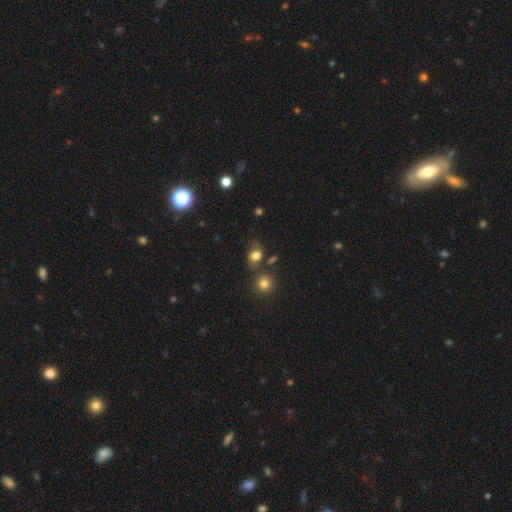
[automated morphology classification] This is likely a smooth galaxy (70%). How rounded: possibly in between (57%). Merging: possibly none (55%).